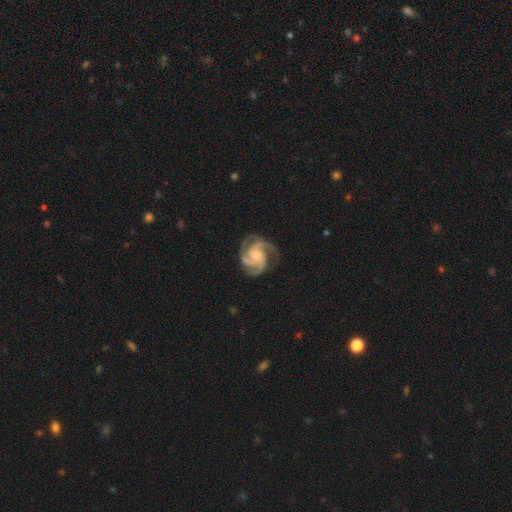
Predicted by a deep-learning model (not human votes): smooth_or_featured: featured or disk (p=0.92) [alt: smooth p=0.04]
disk_edge_on: no (p=0.98) [alt: yes p=0.02]
bar: no (p=0.70) [alt: weak p=0.24]
has_spiral_arms: yes (p=0.99) [alt: no p=0.01]
spiral_winding: tight (p=0.51) [alt: medium p=0.44]
spiral_arm_count: 3 (p=0.67) [alt: 4 p=0.16]
bulge_size: small (p=0.49) [alt: moderate p=0.44]
merging: none (p=0.77) [alt: minor disturbance p=0.16]